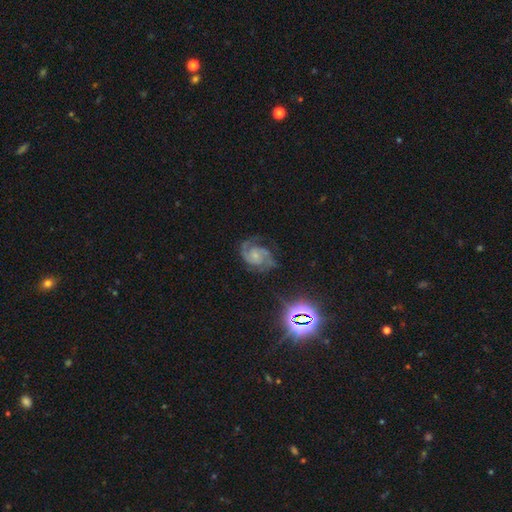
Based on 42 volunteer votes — Overall: featured or disk (90%). Edge-on disk: no (100%). Bar: weak (47%, tied with no). Spiral arms: yes (97%). Spiral arm count: 2 (78%). Spiral winding: medium (62%; tight 32%). Bulge size: small (66%). Merging: none (69%).